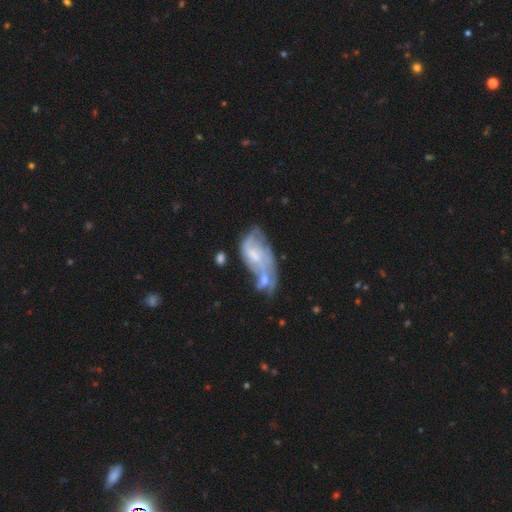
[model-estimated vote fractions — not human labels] Morphology: type=featured or disk (63%); edge-on=no (94%); bar=no (62%); spiral arms=yes (56%); bulge=small (39%); merging=merger (44%).